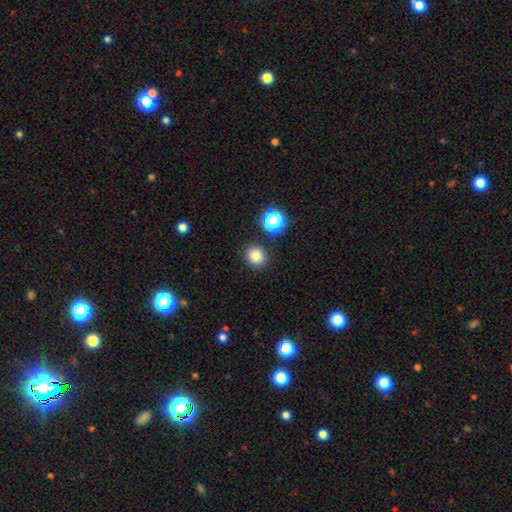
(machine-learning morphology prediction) Smooth or featured: smooth — 83% (star or artifact — 12%)
How rounded: round — 84% (in between — 15%)
Merging: none — 87% (minor disturbance — 7%)